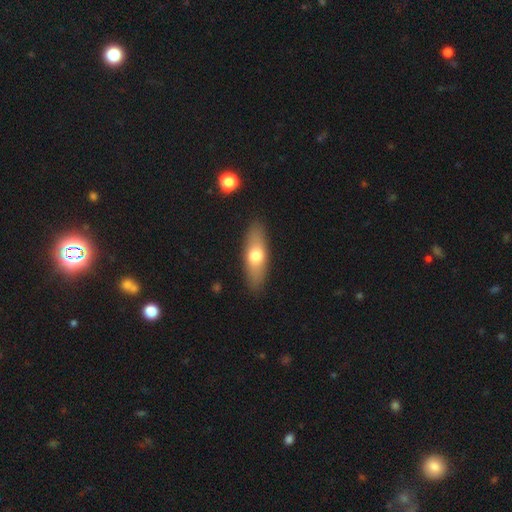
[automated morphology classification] Overall: smooth (65%; featured or disk 29%). How rounded: in between (57%; cigar-shaped 40%). Merging: none (88%).